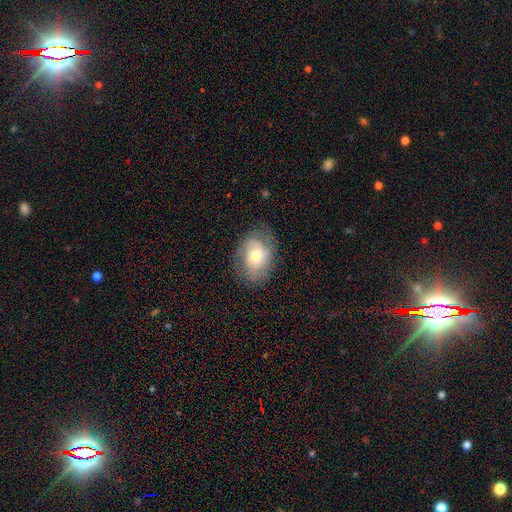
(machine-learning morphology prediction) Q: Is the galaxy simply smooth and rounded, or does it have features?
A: featured or disk — 48%.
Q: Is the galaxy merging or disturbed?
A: none — 70%.